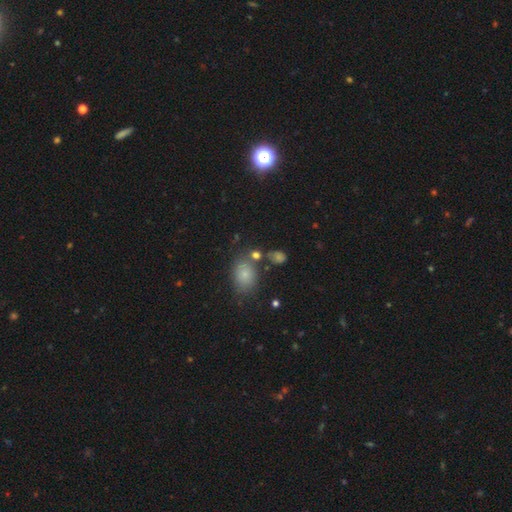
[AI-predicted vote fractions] Overall: smooth (69%). How rounded: in between (62%; round 36%). Merging: none (68%).